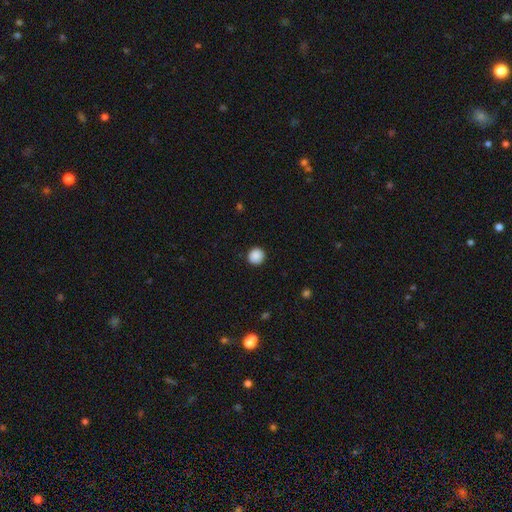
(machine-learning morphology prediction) Overall: smooth (89%). How rounded: round (93%). Merging: none (92%).